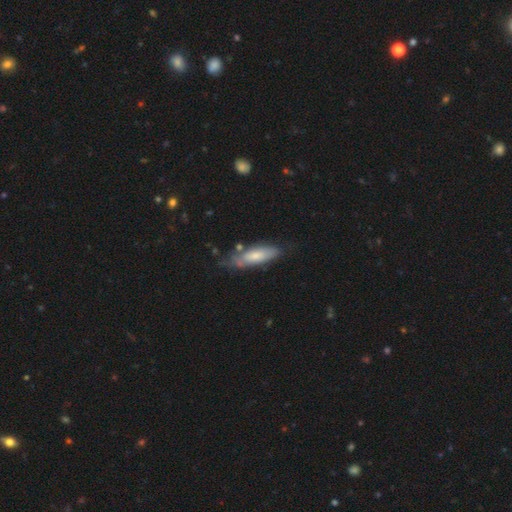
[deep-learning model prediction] Q: Smooth or featured?
A: smooth (62%); runner-up: featured or disk (32%)
Q: How rounded?
A: in between (53%); runner-up: cigar-shaped (45%)
Q: Merging?
A: none (54%); runner-up: minor disturbance (30%)